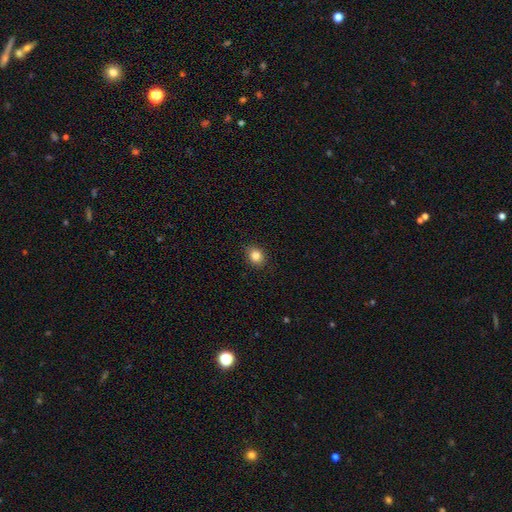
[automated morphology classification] This appears to be a smooth galaxy with no disk features (84%) that is round (64%). Merging: none (89%).